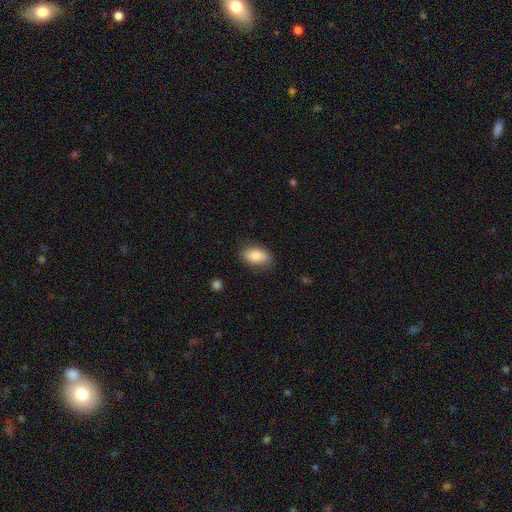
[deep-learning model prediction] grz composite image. It shows a smooth galaxy with no disk features (85%) that is in between round and cigar-shaped (92%). Merging: none (83%).